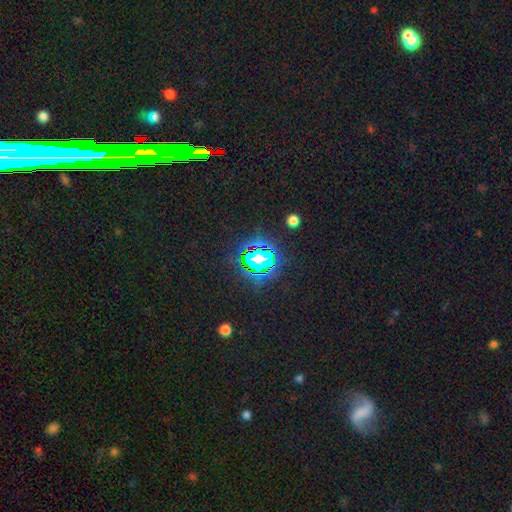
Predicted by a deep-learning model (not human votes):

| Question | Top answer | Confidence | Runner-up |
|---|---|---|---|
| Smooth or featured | star or artifact | 79% | smooth (12%) |